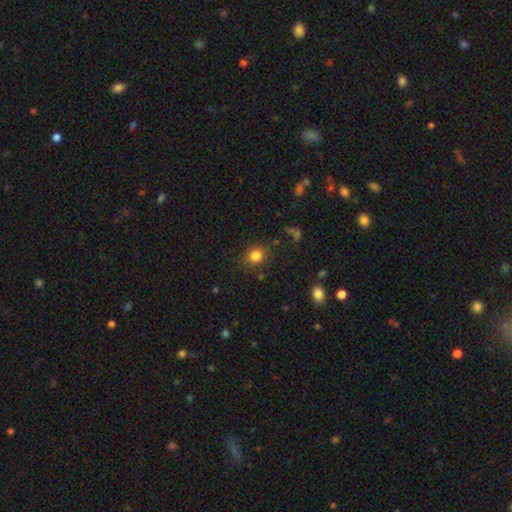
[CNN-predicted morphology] Smooth or featured?
  - smooth: 82% *
  - star or artifact: 12%
  - featured or disk: 6%
How rounded?
  - round: 76% *
  - in between: 24%
  - cigar-shaped: 1%
Merging?
  - none: 84% *
  - minor disturbance: 10%
  - major disturbance: 4%
  - merger: 2%